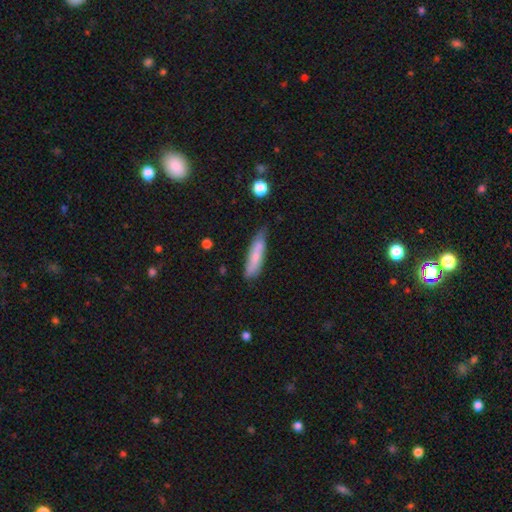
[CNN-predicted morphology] The model was most divided on "merging": none: 63%, minor disturbance: 28%, major disturbance: 5%, merger: 3%. More confident: how rounded — cigar-shaped (76%); smooth or featured — smooth (72%).